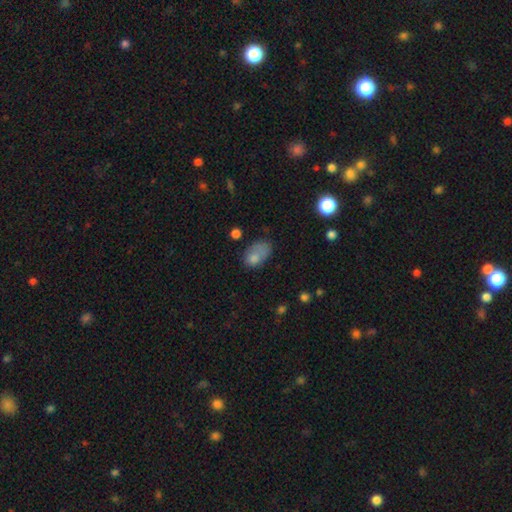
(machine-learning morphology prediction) Smooth or featured? smooth (75%)
How rounded? in between (84%)
Merging? none (32%)